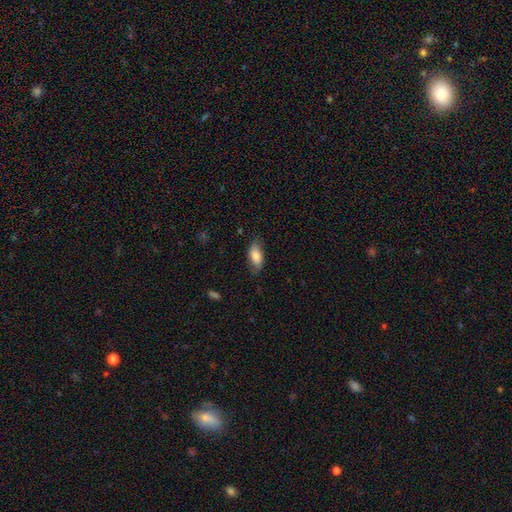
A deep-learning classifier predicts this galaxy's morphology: Smooth or featured? Predicted: smooth (p=0.79). How rounded? Predicted: in between (p=0.86). Merging? Predicted: none (p=0.75).